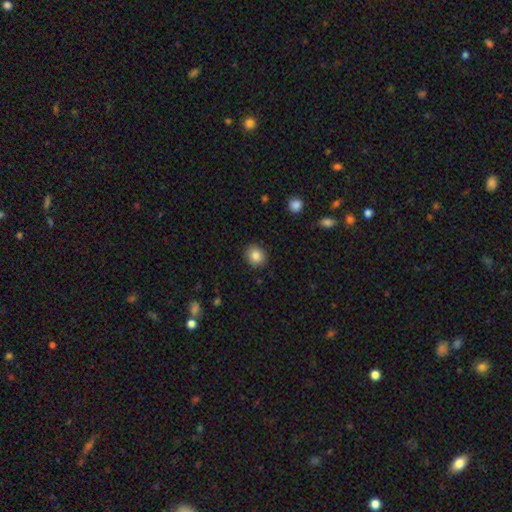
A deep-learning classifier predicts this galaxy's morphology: Overall: smooth (84%). How rounded: round (78%). Merging: none (90%).